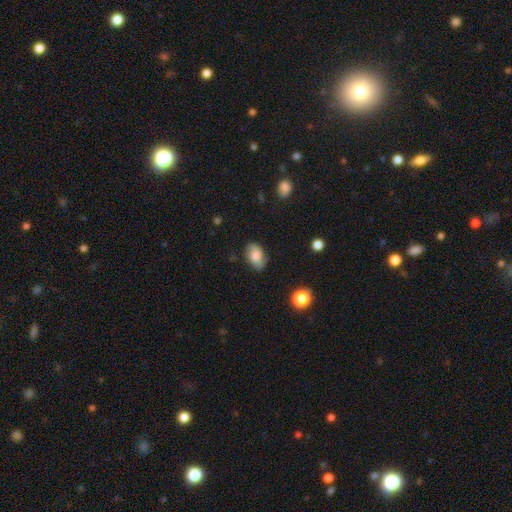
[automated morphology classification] The model was most divided on "merging": none: 74%, minor disturbance: 20%, major disturbance: 4%, merger: 1%. More confident: how rounded — in between (88%); smooth or featured — smooth (76%).